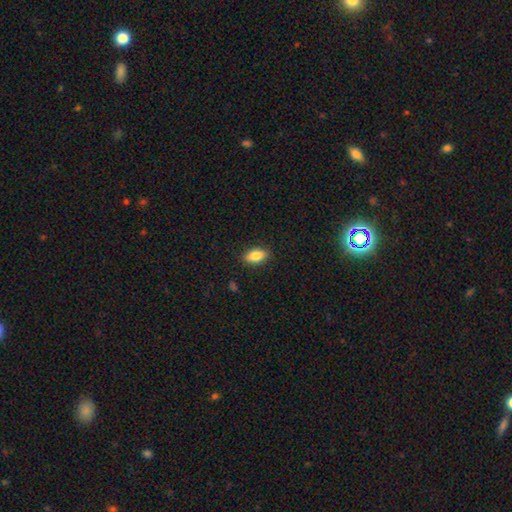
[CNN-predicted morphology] smooth_or_featured: smooth (p=0.83) [alt: featured or disk p=0.09]
how_rounded: in between (p=0.88) [alt: cigar-shaped p=0.07]
merging: none (p=0.88) [alt: minor disturbance p=0.09]